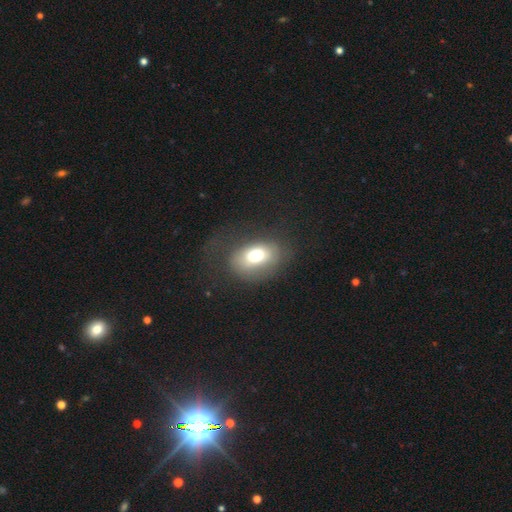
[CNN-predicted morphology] A smooth galaxy with no disk features (70%) that is in between round and cigar-shaped (76%).

Vote fractions:
- Smooth or featured? smooth: 70% / featured or disk: 19% / star or artifact: 11%
- How rounded? in between: 76% / round: 23% / cigar-shaped: 1%
- Merging? none: 59% / minor disturbance: 21% / major disturbance: 19% / merger: 2%